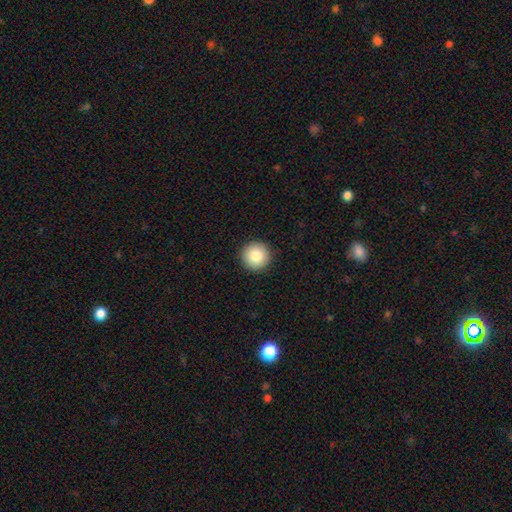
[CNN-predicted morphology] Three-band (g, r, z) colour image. It shows a smooth galaxy with no disk features (85%) that is round (97%). Merging: none (93%).